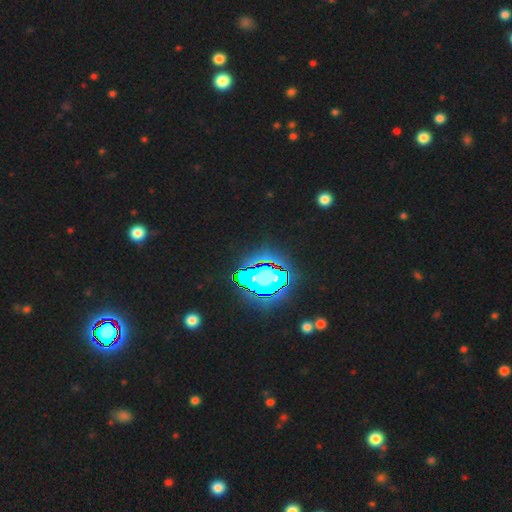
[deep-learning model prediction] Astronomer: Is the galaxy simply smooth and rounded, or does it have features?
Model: star or artifact — 82%.